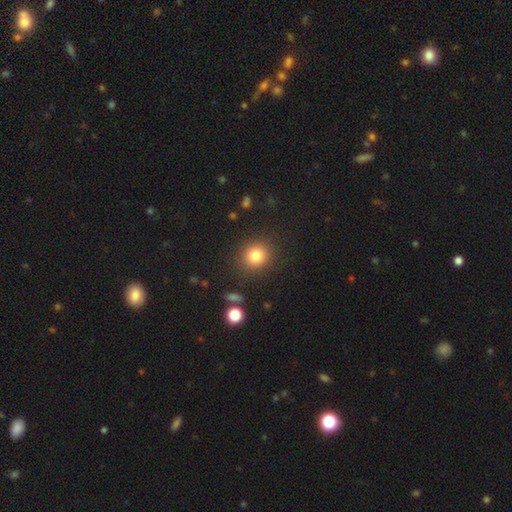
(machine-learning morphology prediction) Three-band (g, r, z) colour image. It shows a smooth galaxy with no disk features (82%) that is round (84%). Merging: none (88%).